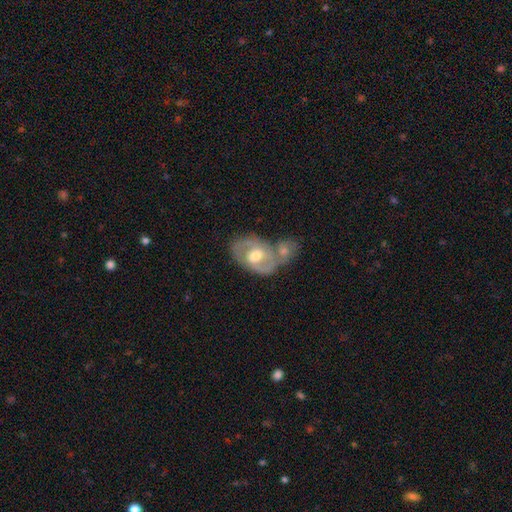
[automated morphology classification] smooth-or-featured: featured or disk: 74% | smooth: 21% | star or artifact: 6%
  disk-edge-on: no: 95% | yes: 5%
    bar: weak: 44% | no: 42% | strong: 14%
    has-spiral-arms: yes: 80% | no: 20%
      spiral-winding: medium: 50% | tight: 34% | loose: 16%
      spiral-arm-count: 2: 80% | can't tell: 12% | 1: 4% | 3: 2% | 4: 1% | more than 4: 1%
    bulge-size: moderate: 72% | large: 14% | small: 11% | none: 1% | dominant: 1%
  merging: merger: 44% | none: 36% | minor disturbance: 13% | major disturbance: 7%